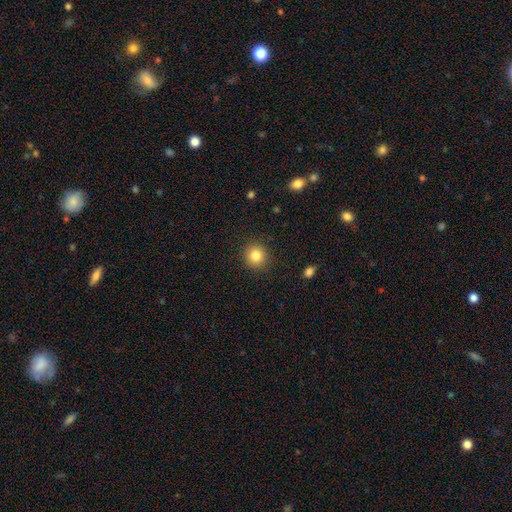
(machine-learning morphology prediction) This appears to be a smooth galaxy with no disk features (83%) that is round (91%). Merging: none (90%).